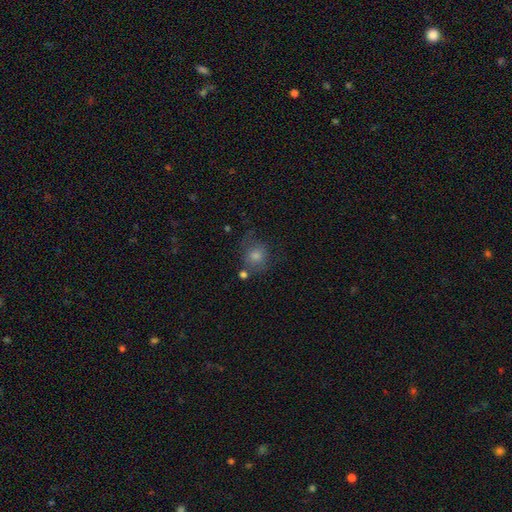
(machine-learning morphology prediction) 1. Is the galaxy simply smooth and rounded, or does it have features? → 64% smooth, 18% featured or disk, 18% star or artifact.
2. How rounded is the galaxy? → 81% round, 18% in between, 1% cigar-shaped.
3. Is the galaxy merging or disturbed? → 64% none, 20% minor disturbance, 10% major disturbance, 7% merger.